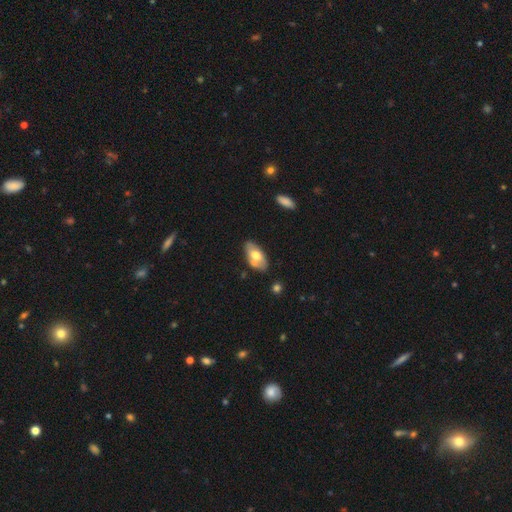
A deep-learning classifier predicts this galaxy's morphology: Smooth or featured? smooth (60%)
How rounded? in between (92%)
Merging? none (66%)